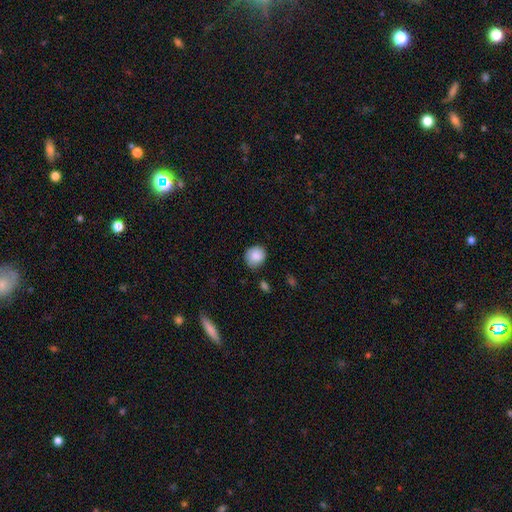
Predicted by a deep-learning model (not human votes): The model was most divided on "merging": none: 72%, minor disturbance: 22%, major disturbance: 4%, merger: 2%. More confident: smooth or featured — smooth (87%); how rounded — round (79%).